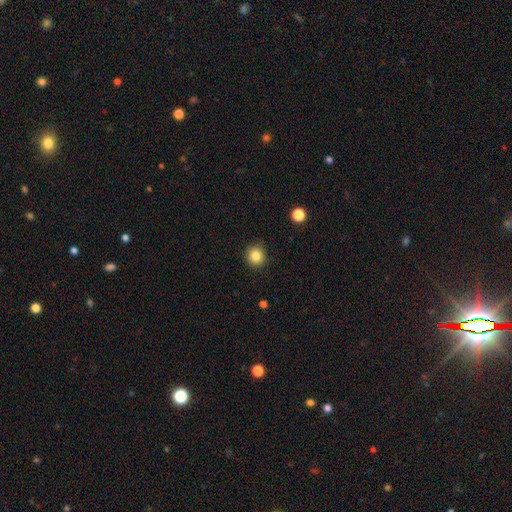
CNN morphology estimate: smooth_or_featured: smooth (p=0.85) [alt: star or artifact p=0.11]
how_rounded: round (p=0.91) [alt: in between p=0.08]
merging: none (p=0.89) [alt: minor disturbance p=0.08]